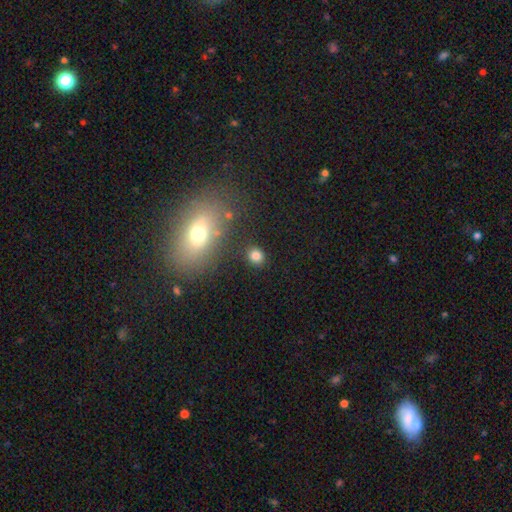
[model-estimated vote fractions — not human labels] Smooth or featured? Predicted: smooth (p=0.82). How rounded? Predicted: round (p=0.72). Merging? Predicted: none (p=0.87).